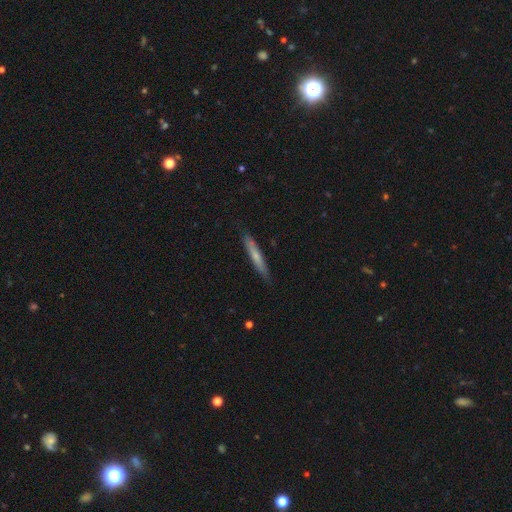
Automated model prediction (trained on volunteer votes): A smooth galaxy with no disk features (59%) that is cigar-shaped (94%). Merging: none (85%).